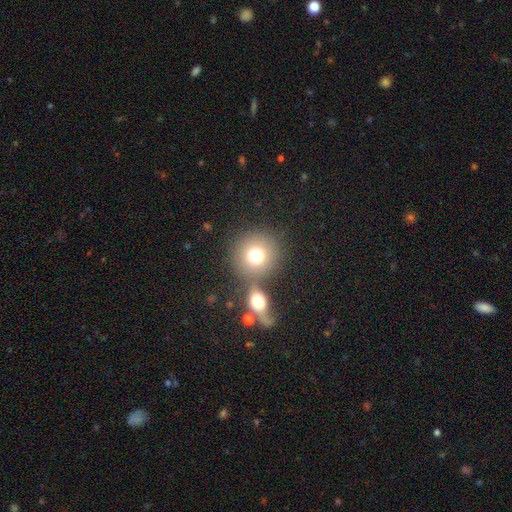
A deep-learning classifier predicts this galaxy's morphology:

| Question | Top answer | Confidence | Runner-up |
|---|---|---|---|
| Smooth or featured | smooth | 73% | featured or disk (16%) |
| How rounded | round | 92% | in between (7%) |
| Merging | none | 58% | merger (29%) |